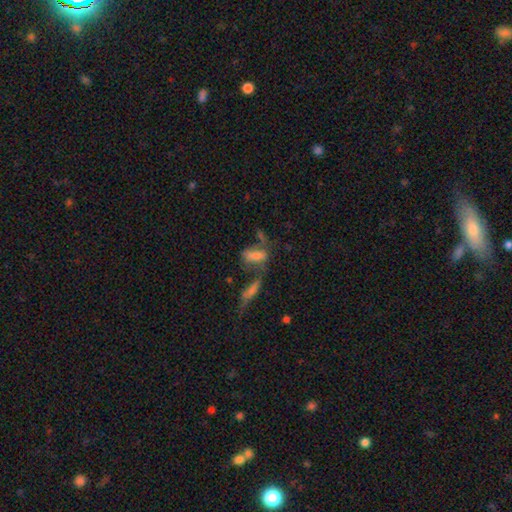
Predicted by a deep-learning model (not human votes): A smooth galaxy with no disk features (58%) that is in between round and cigar-shaped (73%). Merging: merger (38%).